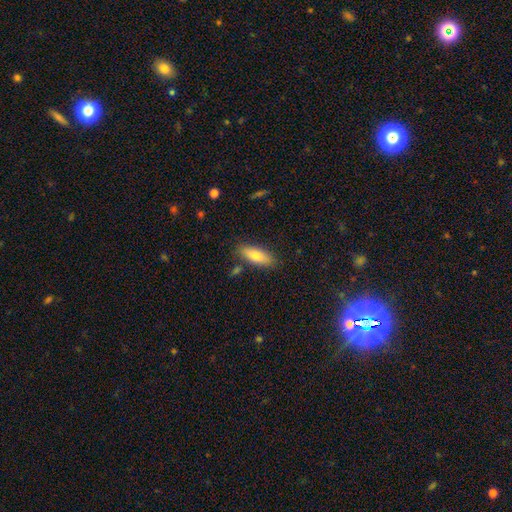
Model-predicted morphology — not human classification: This appears to be a smooth galaxy with no disk features (77%) that is in between round and cigar-shaped (72%). Merging: none (83%).